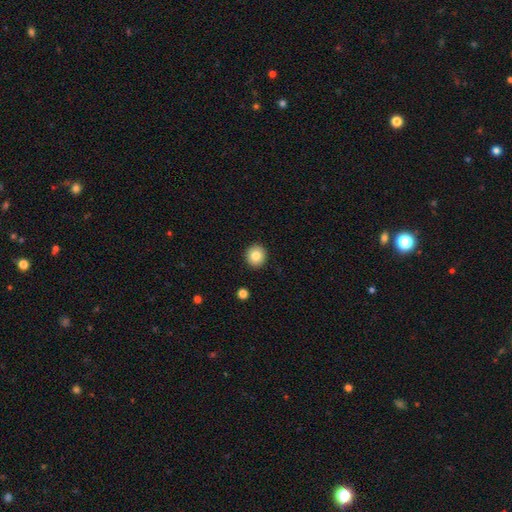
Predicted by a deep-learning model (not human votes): The model was most divided on "smooth or featured": smooth: 82%, star or artifact: 9%, featured or disk: 8%. More confident: merging — none (92%); how rounded — round (91%).